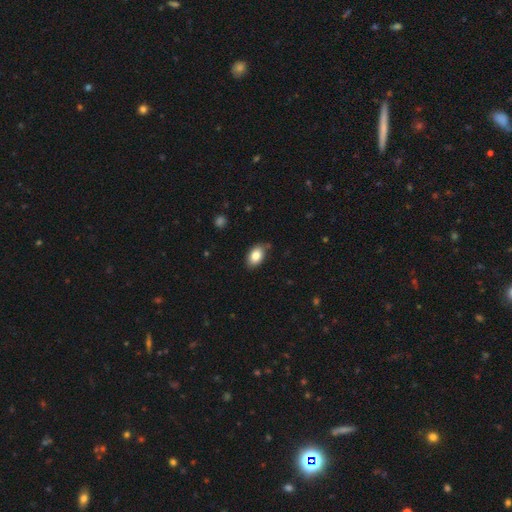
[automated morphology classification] The model was most divided on "merging": none: 81%, minor disturbance: 14%, major disturbance: 3%, merger: 2%. More confident: how rounded — in between (89%); smooth or featured — smooth (83%).